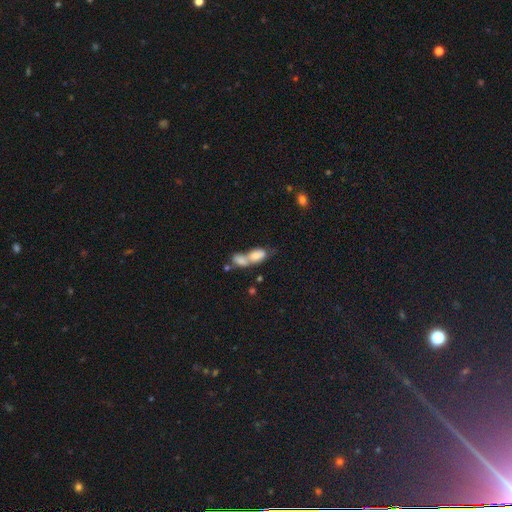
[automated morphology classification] The model was most divided on "smooth or featured": smooth: 63%, featured or disk: 22%, star or artifact: 15%. More confident: how rounded — in between (72%); merging — merger (71%).